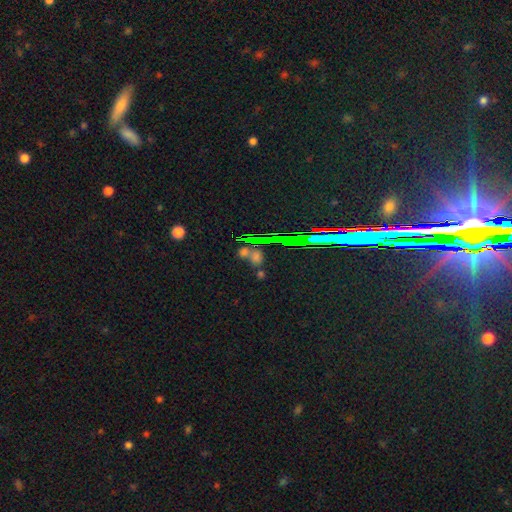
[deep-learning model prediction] Smooth or featured? Predicted: star or artifact (p=0.57).